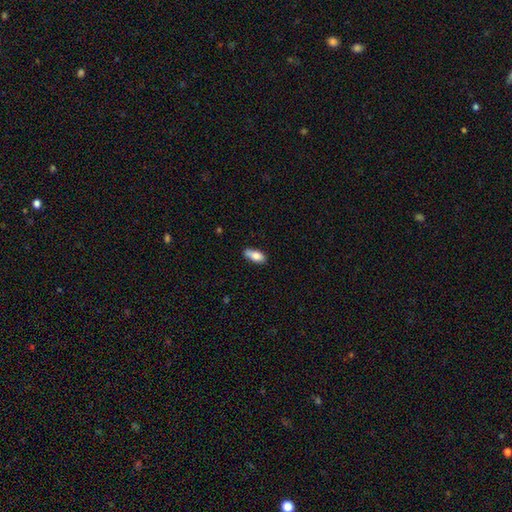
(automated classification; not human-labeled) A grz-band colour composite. It shows a smooth galaxy with no disk features (82%) that is in between round and cigar-shaped (83%). Merging: none (64%).